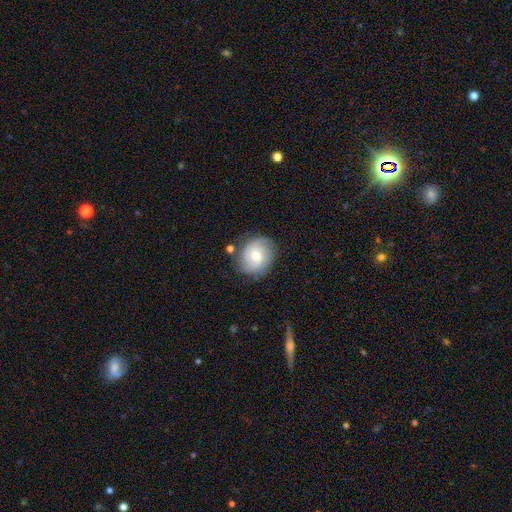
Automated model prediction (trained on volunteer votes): Smooth or featured? Predicted: featured or disk (p=0.65). Edge-on disk? Predicted: no (p=0.97). Bar? Predicted: no (p=0.61). Spiral arms? Predicted: yes (p=0.91). Spiral winding? Predicted: tight (p=0.54). Spiral arm count? Predicted: 2 (p=0.31). Bulge size? Predicted: moderate (p=0.62). Merging? Predicted: none (p=0.78).